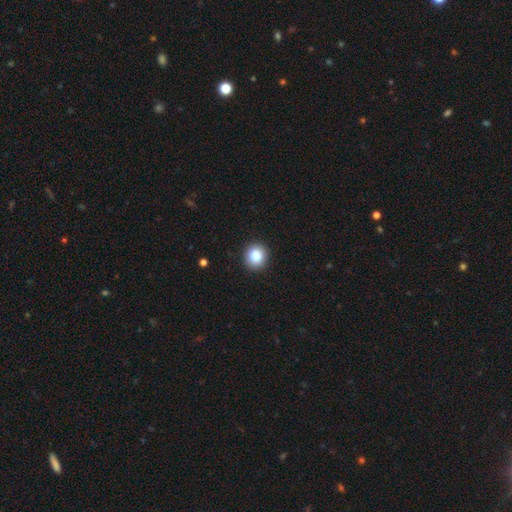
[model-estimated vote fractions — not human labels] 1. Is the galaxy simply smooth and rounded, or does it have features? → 83% smooth, 10% star or artifact, 7% featured or disk.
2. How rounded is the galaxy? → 89% round, 11% in between, 1% cigar-shaped.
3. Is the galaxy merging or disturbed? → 93% none, 5% minor disturbance, 2% major disturbance, 1% merger.